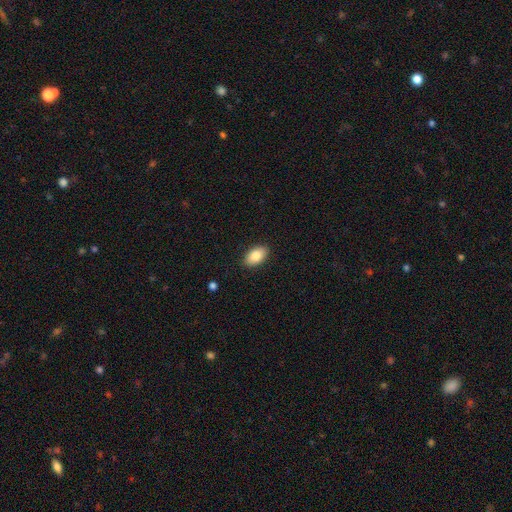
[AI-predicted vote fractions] Smooth or featured? Predicted: smooth (p=0.86). How rounded? Predicted: in between (p=0.93). Merging? Predicted: none (p=0.89).